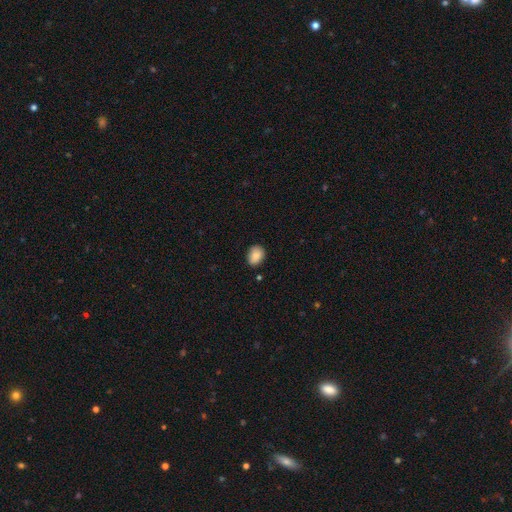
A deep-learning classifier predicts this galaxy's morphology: A smooth galaxy with no disk features (87%) that is in between round and cigar-shaped (63%). Merging: none (81%).